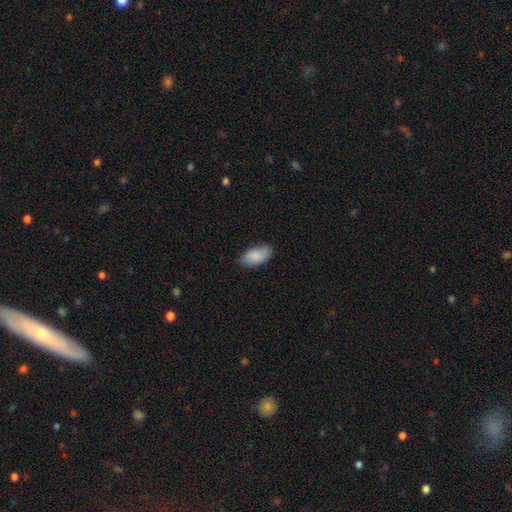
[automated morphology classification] A smooth galaxy with no disk features (84%) that is in between round and cigar-shaped (94%).

Vote fractions:
- Smooth or featured? smooth: 84% / featured or disk: 10% / star or artifact: 6%
- How rounded? in between: 94% / cigar-shaped: 3% / round: 3%
- Merging? none: 75% / minor disturbance: 21% / major disturbance: 3% / merger: 1%